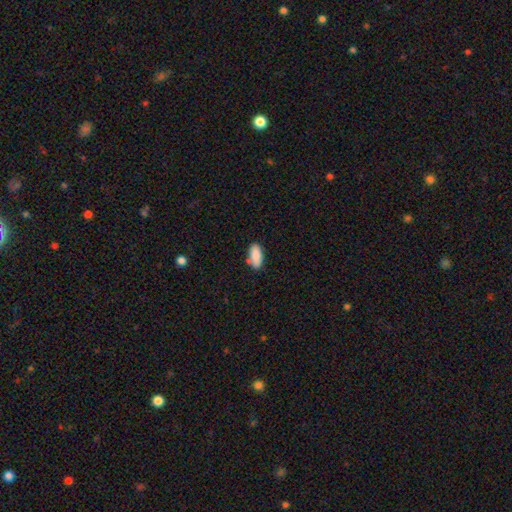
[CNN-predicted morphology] Smooth or featured? smooth (87%)
How rounded? in between (86%)
Merging? none (75%)